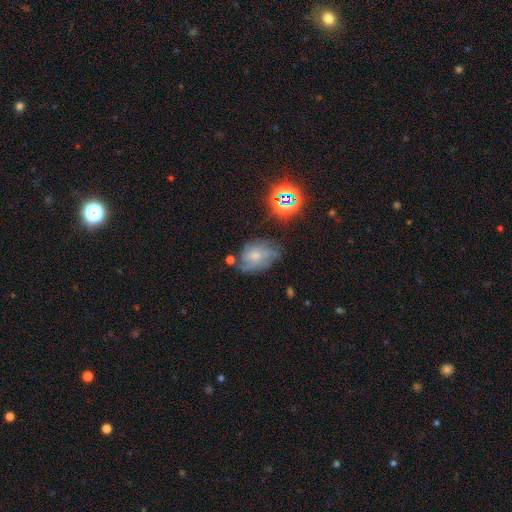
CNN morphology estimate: A featured or disk galaxy (51%).

Vote fractions:
- Smooth or featured? featured or disk: 51% / smooth: 30% / star or artifact: 19%
- Edge-on disk? no: 96% / yes: 4%
- Merging? none: 49% / minor disturbance: 29% / major disturbance: 17% / merger: 5%